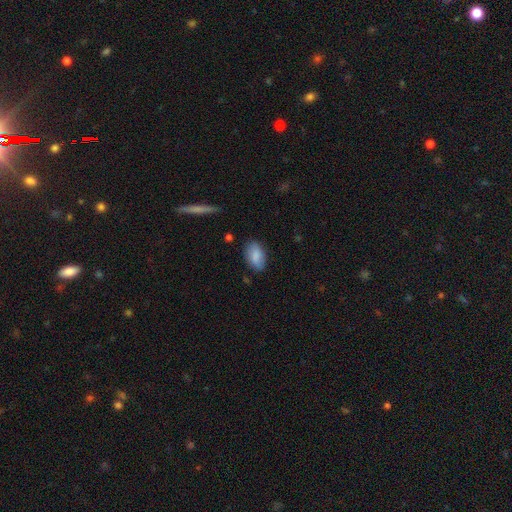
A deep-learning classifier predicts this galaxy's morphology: smooth-or-featured: smooth: 84% | featured or disk: 9% | star or artifact: 7%
  how-rounded: in between: 92% | round: 5% | cigar-shaped: 3%
  merging: none: 78% | minor disturbance: 17% | major disturbance: 4% | merger: 2%